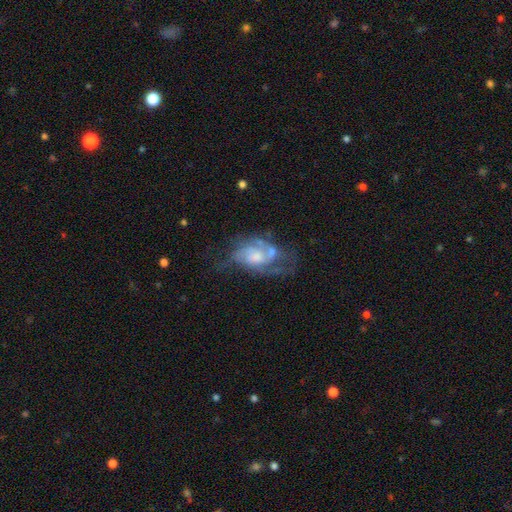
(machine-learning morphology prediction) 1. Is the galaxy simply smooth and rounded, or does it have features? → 72% featured or disk, 21% smooth, 8% star or artifact.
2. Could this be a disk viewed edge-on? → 96% no, 4% yes.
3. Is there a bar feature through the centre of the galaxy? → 67% no, 28% weak, 4% strong.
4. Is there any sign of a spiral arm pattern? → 76% yes, 24% no.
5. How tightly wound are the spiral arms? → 44% medium, 33% tight, 23% loose.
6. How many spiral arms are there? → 43% 2, 33% can't tell, 11% 3, 9% 1, 3% 4, 3% more than 4.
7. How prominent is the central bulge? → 42% moderate, 30% small, 13% none, 13% large, 2% dominant.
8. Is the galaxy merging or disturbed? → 37% none, 30% major disturbance, 24% minor disturbance, 9% merger.